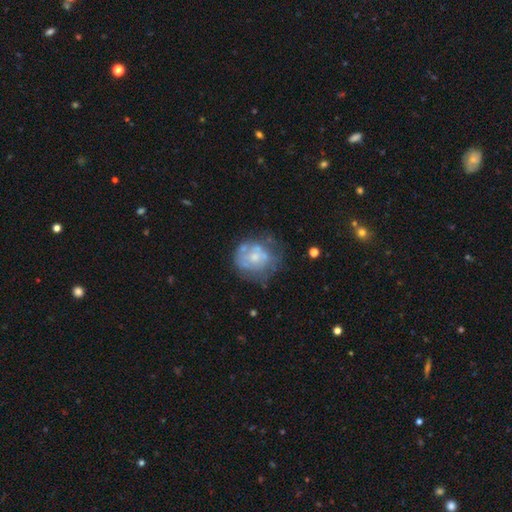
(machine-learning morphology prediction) Smooth or featured: featured or disk — 59% (smooth — 32%)
Edge-on disk: no — 98% (yes — 2%)
Bar: no — 84% (weak — 14%)
Spiral arms: no — 68% (yes — 32%)
Bulge size: small — 46% (moderate — 36%)
Merging: none — 50% (minor disturbance — 24%)